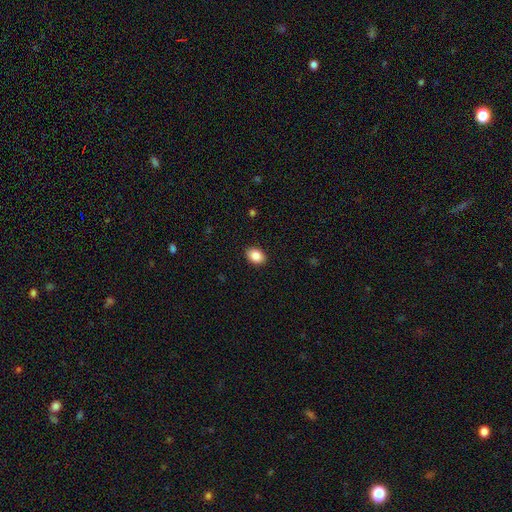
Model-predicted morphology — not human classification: This appears to be a smooth galaxy with no disk features (87%) that is in between round and cigar-shaped (78%). Merging: none (90%).